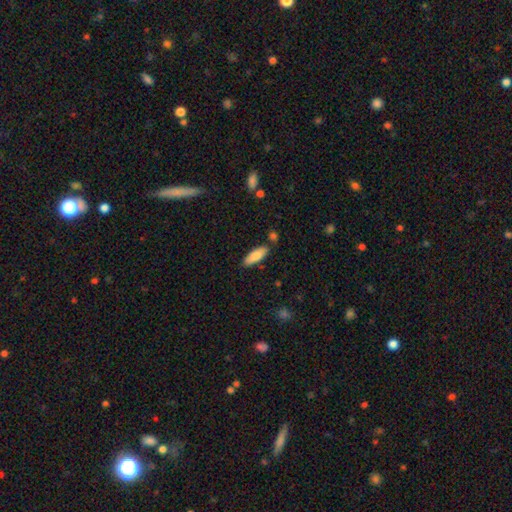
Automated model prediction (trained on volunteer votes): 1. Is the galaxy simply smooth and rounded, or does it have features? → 80% smooth, 14% featured or disk, 6% star or artifact.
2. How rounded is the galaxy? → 61% in between, 37% cigar-shaped, 2% round.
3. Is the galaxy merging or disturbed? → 81% none, 12% minor disturbance, 5% merger, 2% major disturbance.